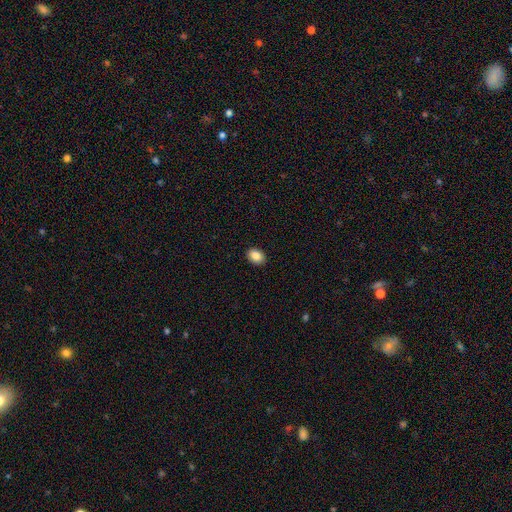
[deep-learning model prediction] Smooth or featured: smooth — 87% (star or artifact — 8%)
How rounded: in between — 72% (round — 27%)
Merging: none — 91% (minor disturbance — 7%)